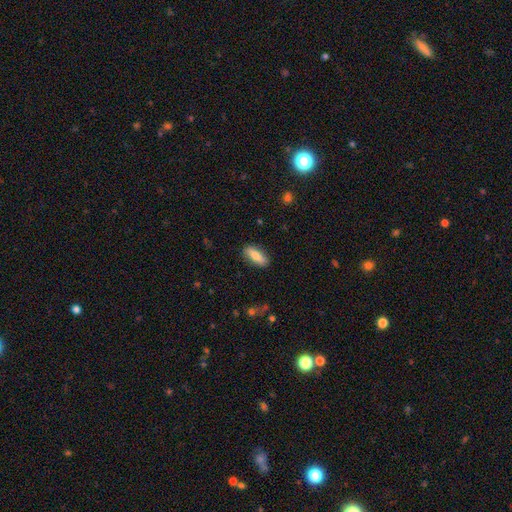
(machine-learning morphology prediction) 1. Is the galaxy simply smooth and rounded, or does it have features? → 73% smooth, 21% featured or disk, 6% star or artifact.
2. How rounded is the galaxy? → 69% in between, 28% cigar-shaped, 3% round.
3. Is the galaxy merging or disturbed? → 86% none, 10% minor disturbance, 2% major disturbance, 1% merger.